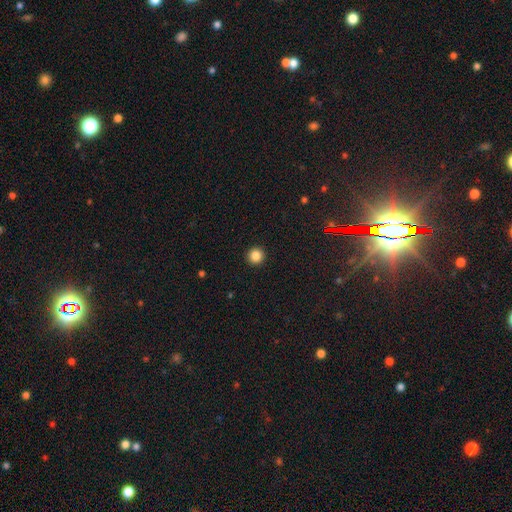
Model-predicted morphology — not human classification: A smooth galaxy with no disk features (85%) that is round (96%).

Vote fractions:
- Smooth or featured? smooth: 85% / star or artifact: 12% / featured or disk: 4%
- How rounded? round: 96% / in between: 3% / cigar-shaped: 1%
- Merging? none: 94% / minor disturbance: 4% / major disturbance: 1% / merger: 1%